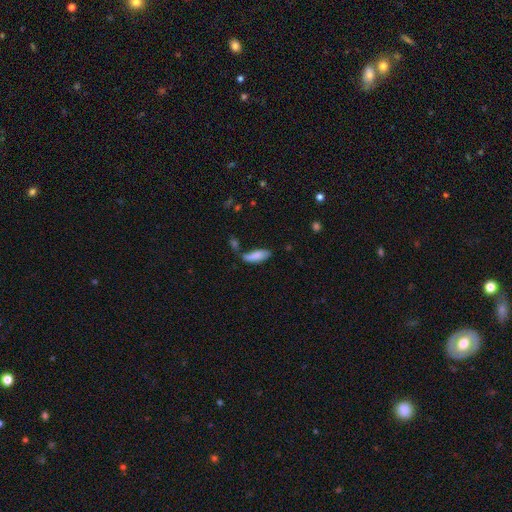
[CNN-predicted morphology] Smooth or featured: smooth — 80% (featured or disk — 13%)
How rounded: in between — 67% (cigar-shaped — 31%)
Merging: none — 45% (minor disturbance — 25%)